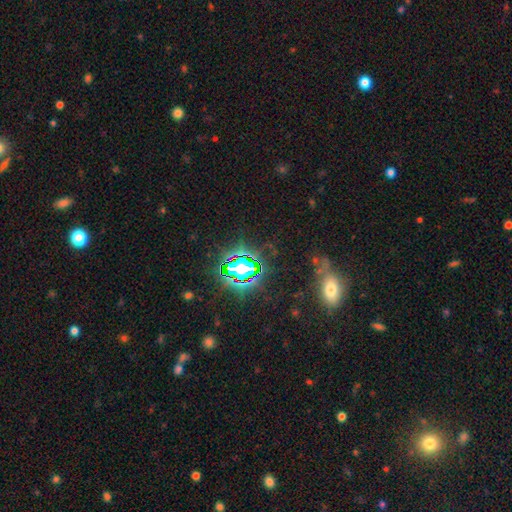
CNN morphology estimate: type=star or artifact (75%).